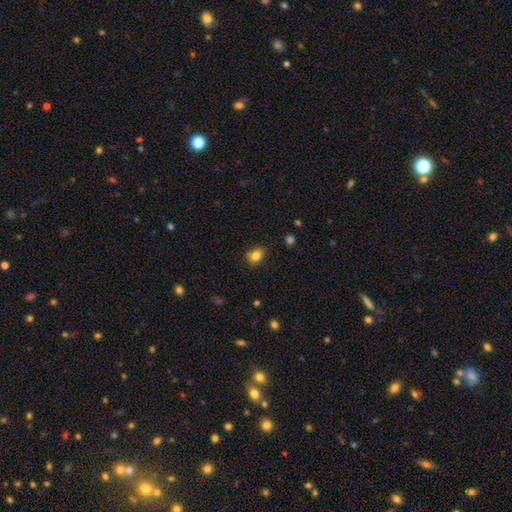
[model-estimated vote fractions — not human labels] Q: Smooth or featured?
A: smooth (83%); runner-up: star or artifact (11%)
Q: How rounded?
A: round (62%); runner-up: in between (37%)
Q: Merging?
A: none (83%); runner-up: minor disturbance (13%)